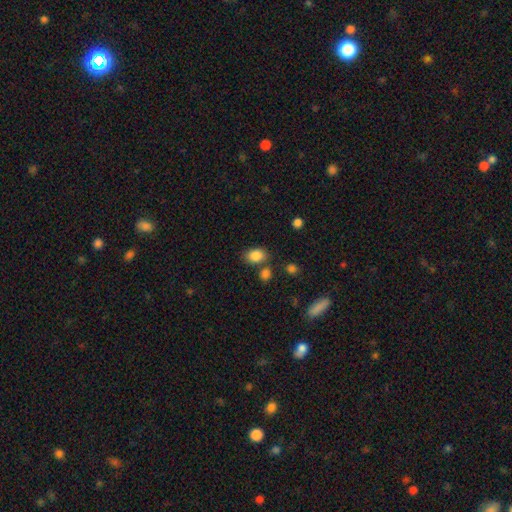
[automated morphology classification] smooth 85%, star or artifact 9%, featured or disk 6%. Down the decision tree: how rounded — in between (74%); merging — none (70%).